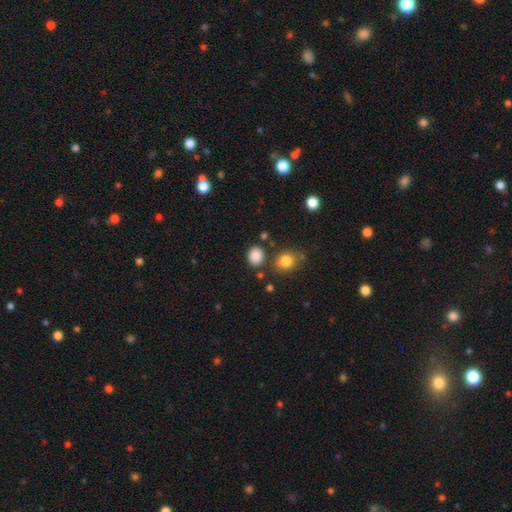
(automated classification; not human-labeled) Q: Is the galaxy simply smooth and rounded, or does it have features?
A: smooth — 86%.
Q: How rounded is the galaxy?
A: round — 62%.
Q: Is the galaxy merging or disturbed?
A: none — 81%.